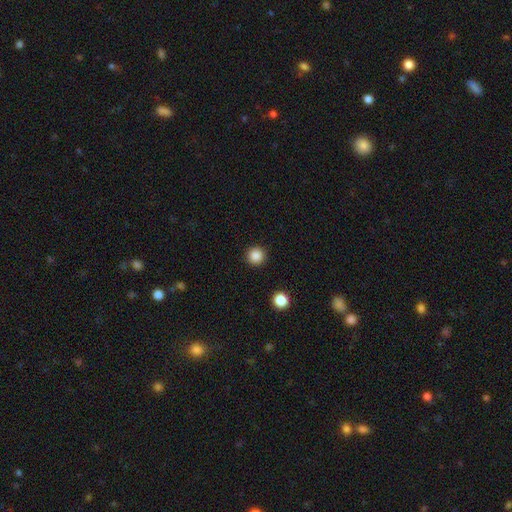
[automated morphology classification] smooth 86%, star or artifact 11%, featured or disk 3%. Down the decision tree: how rounded — round (96%); merging — none (93%).